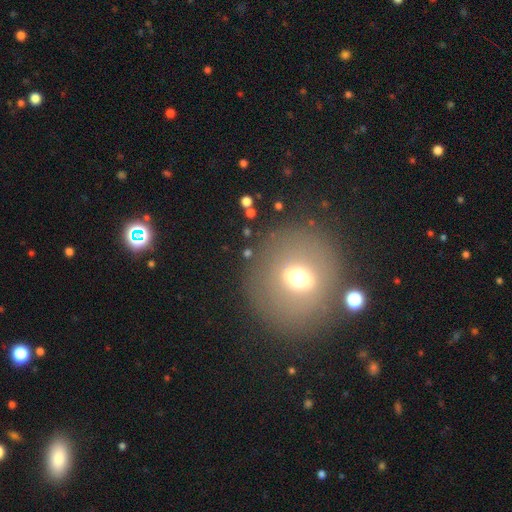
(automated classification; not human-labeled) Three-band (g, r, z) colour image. It shows a smooth galaxy with no disk features (56%) that is round (85%). Merging: none (85%).